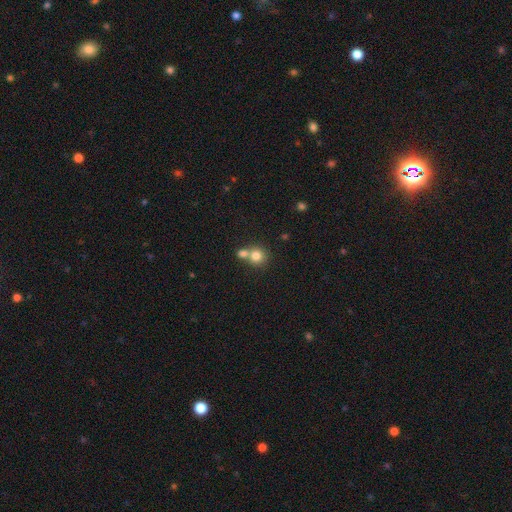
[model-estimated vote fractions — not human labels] smooth 79%, star or artifact 11%, featured or disk 9%. Down the decision tree: how rounded — round (88%); merging — merger (46%).